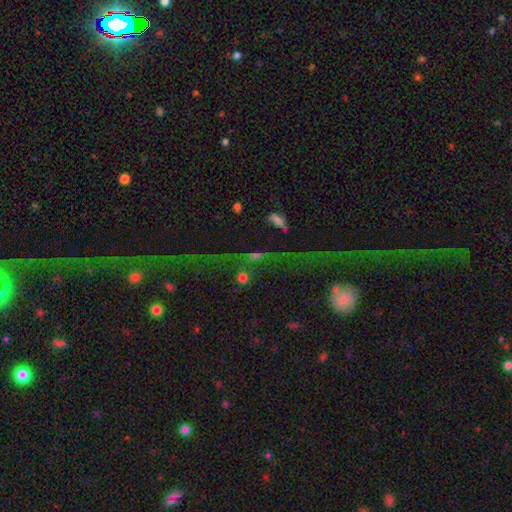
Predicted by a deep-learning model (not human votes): Morphology: type=star or artifact (56%).